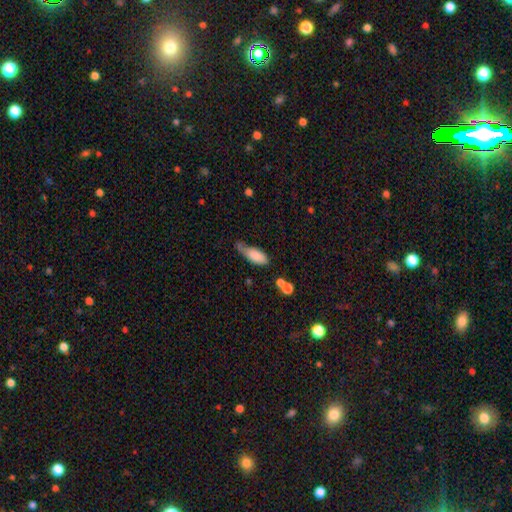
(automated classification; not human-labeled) Overall: smooth (80%). How rounded: in between (74%). Merging: minor disturbance (39%; none 33%).